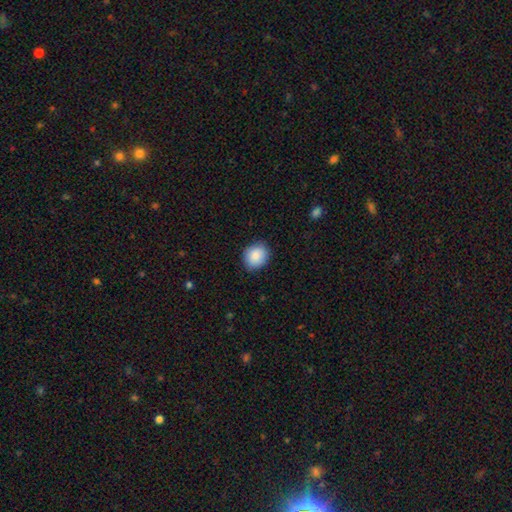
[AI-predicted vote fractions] This appears to be a smooth galaxy with no disk features (88%) that is round (59%). Merging: none (86%).